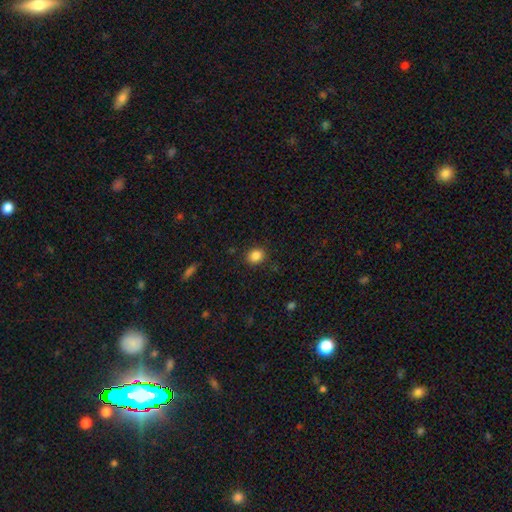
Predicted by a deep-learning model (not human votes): smooth 86%, star or artifact 10%, featured or disk 4%. Down the decision tree: how rounded — round (68%); merging — none (88%).